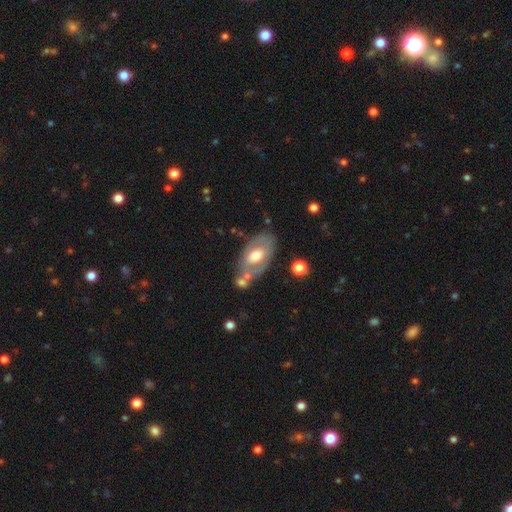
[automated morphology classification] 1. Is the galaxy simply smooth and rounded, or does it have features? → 52% featured or disk, 42% smooth, 6% star or artifact.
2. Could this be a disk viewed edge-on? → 89% no, 11% yes.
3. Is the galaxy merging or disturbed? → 58% none, 20% minor disturbance, 14% merger, 8% major disturbance.